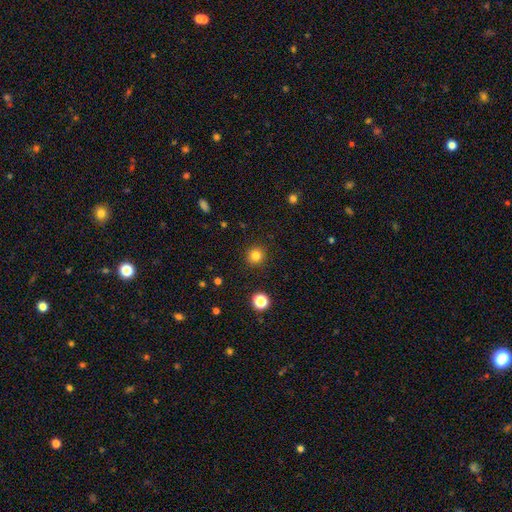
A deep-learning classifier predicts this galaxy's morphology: Overall: smooth (82%). How rounded: round (91%). Merging: none (91%).